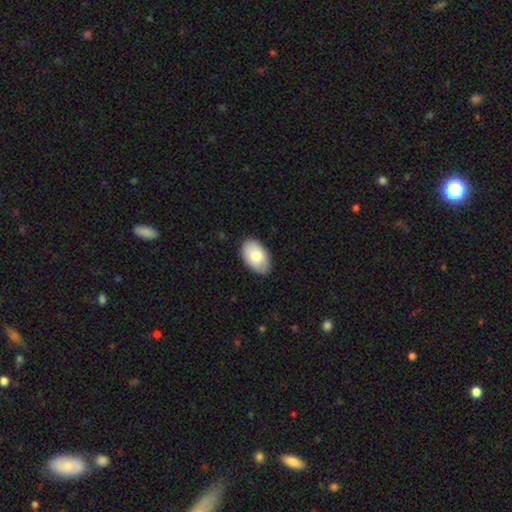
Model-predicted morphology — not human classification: Smooth or featured? Predicted: smooth (p=0.81). How rounded? Predicted: in between (p=0.94). Merging? Predicted: none (p=0.87).